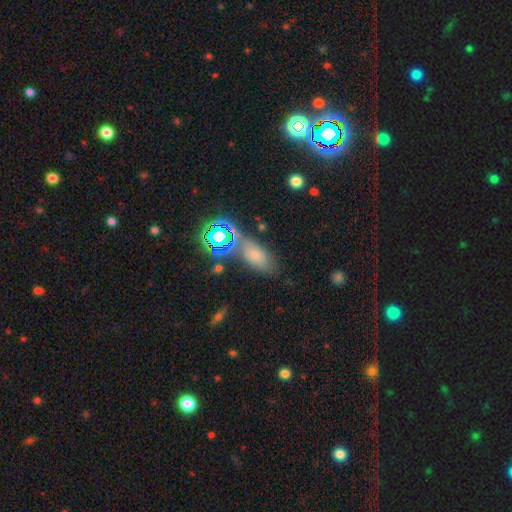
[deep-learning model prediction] smooth-or-featured: smooth: 60% | star or artifact: 25% | featured or disk: 15%
  how-rounded: in between: 86% | round: 8% | cigar-shaped: 6%
  merging: none: 64% | minor disturbance: 17% | merger: 12% | major disturbance: 7%